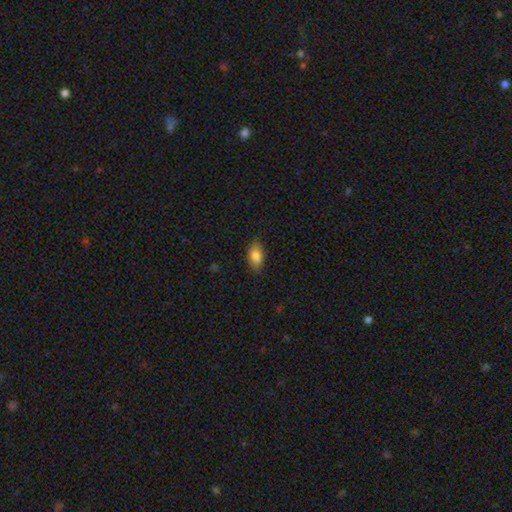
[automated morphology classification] This appears to be a smooth galaxy with no disk features (85%) that is in between round and cigar-shaped (91%). Merging: none (83%).